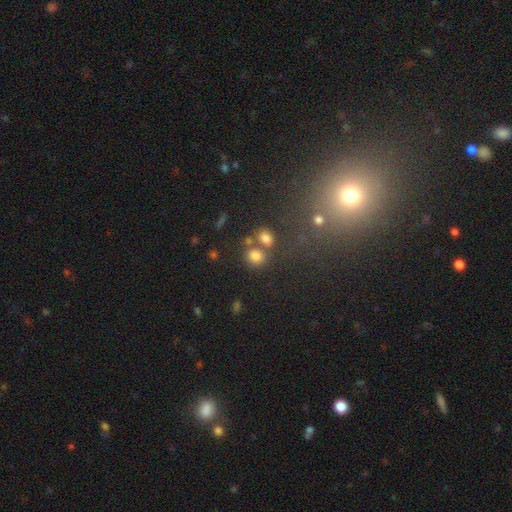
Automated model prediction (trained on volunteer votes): Smooth or featured? smooth (73%)
How rounded? round (73%)
Merging? none (61%)